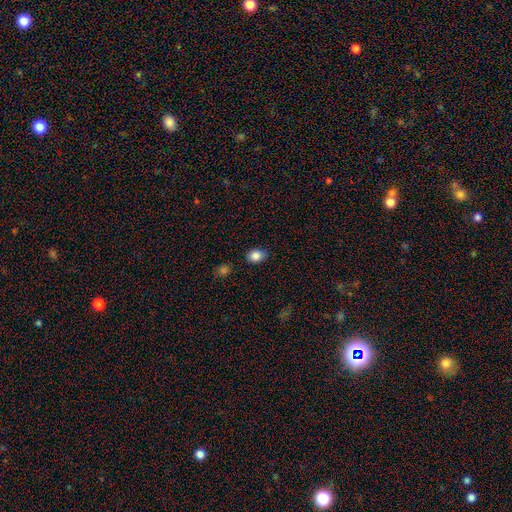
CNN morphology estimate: This is clearly a smooth galaxy (85%). How rounded: possibly in between (58%). Merging: clearly none (86%).